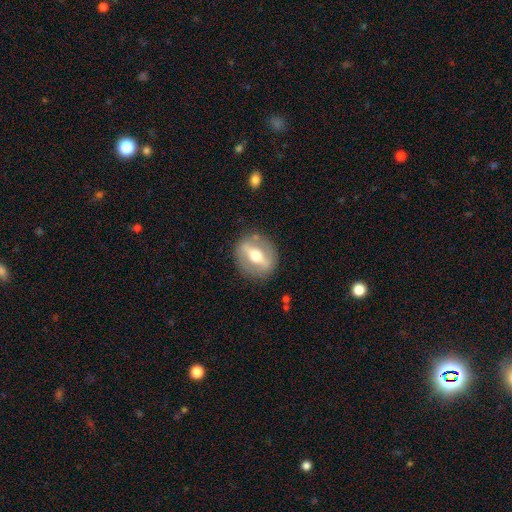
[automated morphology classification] A featured or disk galaxy (69%).

Vote fractions:
- Smooth or featured? featured or disk: 69% / smooth: 25% / star or artifact: 6%
- Edge-on disk? no: 67% / yes: 33%
- Merging? none: 84% / minor disturbance: 10% / major disturbance: 4% / merger: 2%